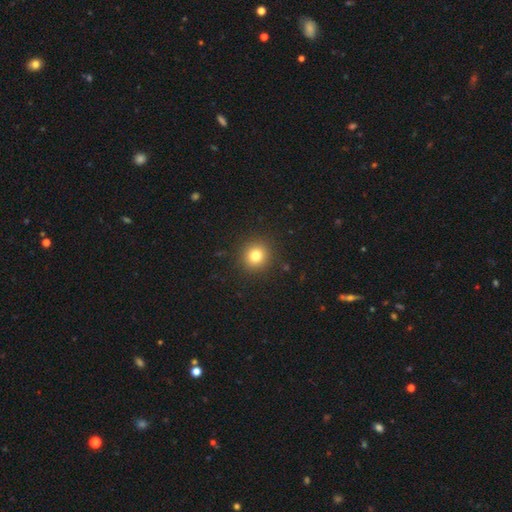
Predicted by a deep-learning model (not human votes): smooth 79%, star or artifact 13%, featured or disk 8%. Down the decision tree: how rounded — round (90%); merging — none (91%).